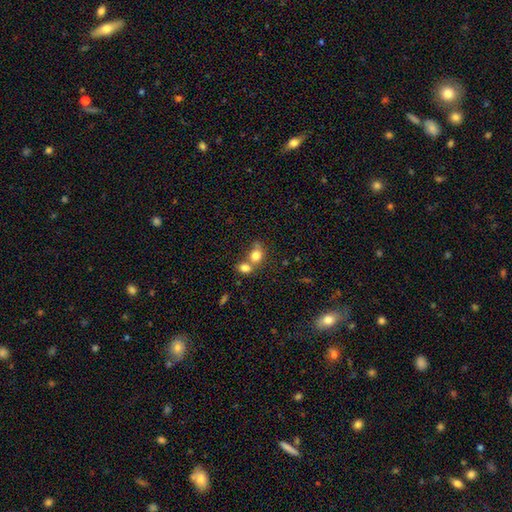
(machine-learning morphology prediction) Overall: smooth (79%). How rounded: round (60%; in between 39%). Merging: merger (58%; none 29%).